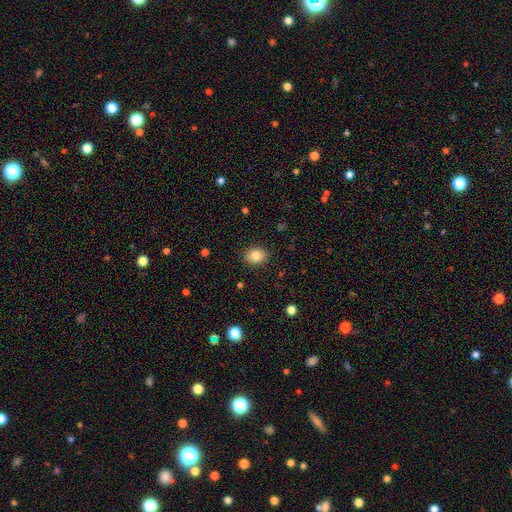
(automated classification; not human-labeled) Smooth or featured? Predicted: smooth (p=0.83). How rounded? Predicted: in between (p=0.53). Merging? Predicted: none (p=0.88).